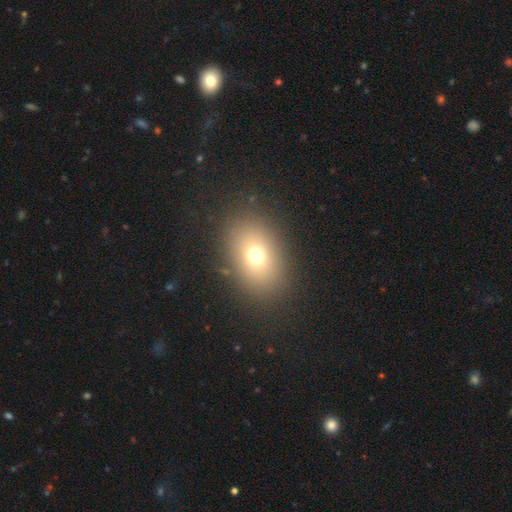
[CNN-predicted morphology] Smooth or featured?
  - smooth: 71% *
  - star or artifact: 15%
  - featured or disk: 13%
How rounded?
  - in between: 70% *
  - round: 29%
  - cigar-shaped: 1%
Merging?
  - none: 85% *
  - minor disturbance: 9%
  - major disturbance: 5%
  - merger: 1%